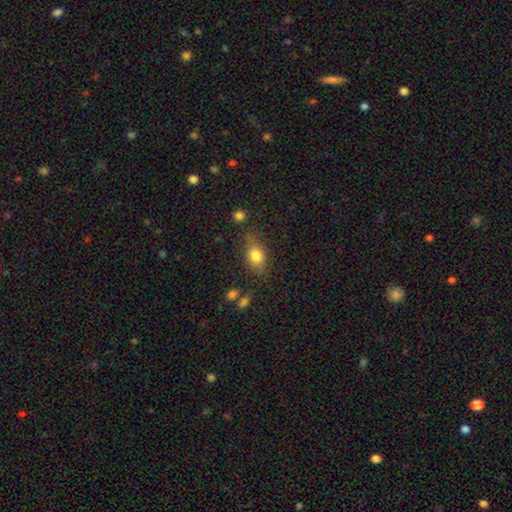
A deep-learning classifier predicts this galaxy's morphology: A smooth galaxy with no disk features (79%) that is in between round and cigar-shaped (74%). Merging: none (71%).